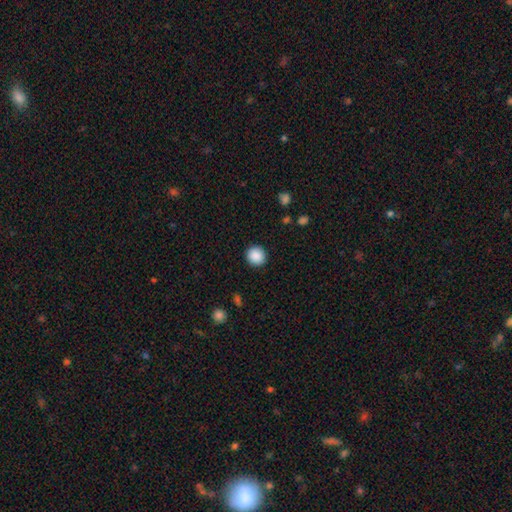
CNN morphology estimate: This appears to be a smooth galaxy with no disk features (89%) that is round (93%). Merging: none (92%).